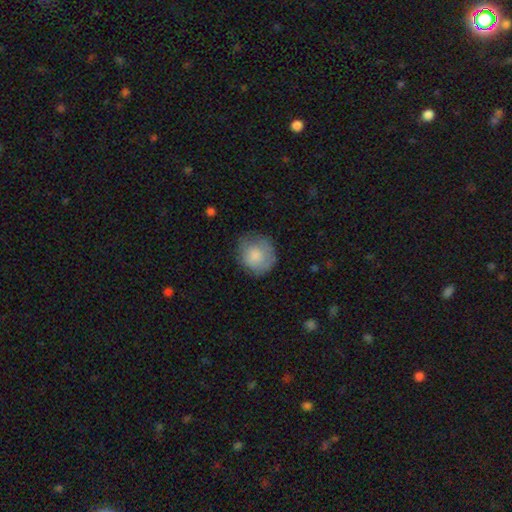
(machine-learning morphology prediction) This is likely a smooth galaxy (78%). How rounded: clearly round (88%). Merging: likely none (71%).